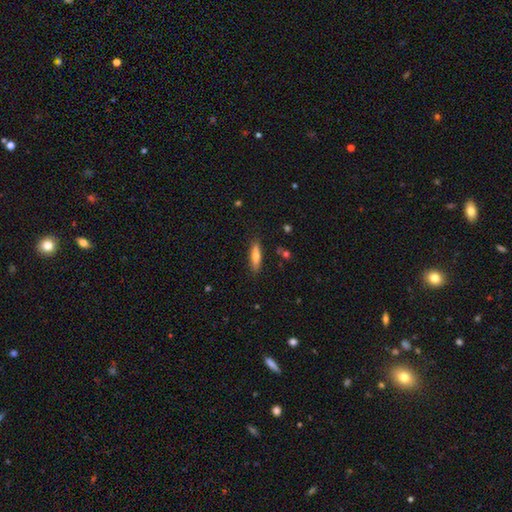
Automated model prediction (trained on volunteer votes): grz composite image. It shows a smooth galaxy with no disk features (69%) that is cigar-shaped (69%). Merging: none (85%).